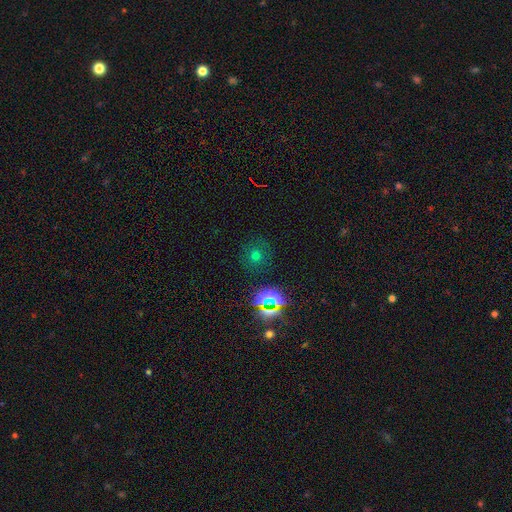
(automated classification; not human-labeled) Q: Smooth or featured?
A: smooth (54%); runner-up: star or artifact (35%)
Q: How rounded?
A: round (89%); runner-up: in between (10%)
Q: Merging?
A: none (82%); runner-up: minor disturbance (10%)